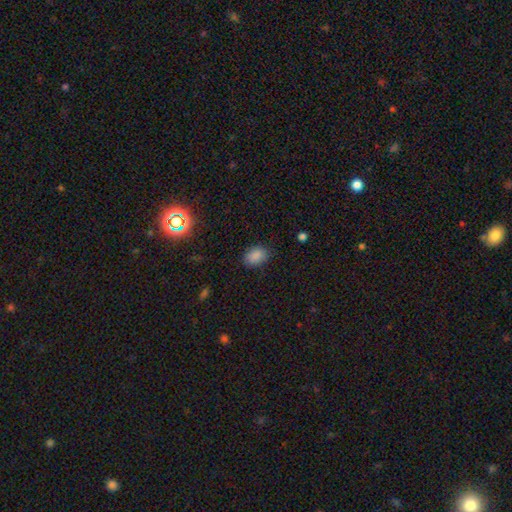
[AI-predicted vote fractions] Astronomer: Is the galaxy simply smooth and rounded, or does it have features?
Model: smooth — 85%.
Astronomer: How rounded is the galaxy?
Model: in between — 78%.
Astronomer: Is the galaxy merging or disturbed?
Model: none — 79%.